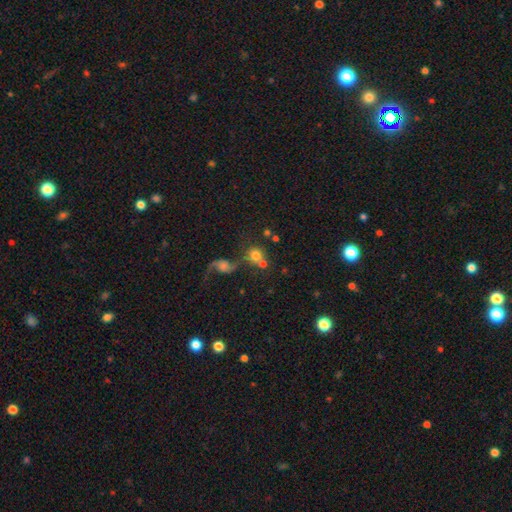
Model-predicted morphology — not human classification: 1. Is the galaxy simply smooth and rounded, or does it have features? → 69% smooth, 19% featured or disk, 12% star or artifact.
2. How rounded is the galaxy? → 87% round, 12% in between, 1% cigar-shaped.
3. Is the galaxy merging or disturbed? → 49% none, 32% merger, 11% minor disturbance, 8% major disturbance.